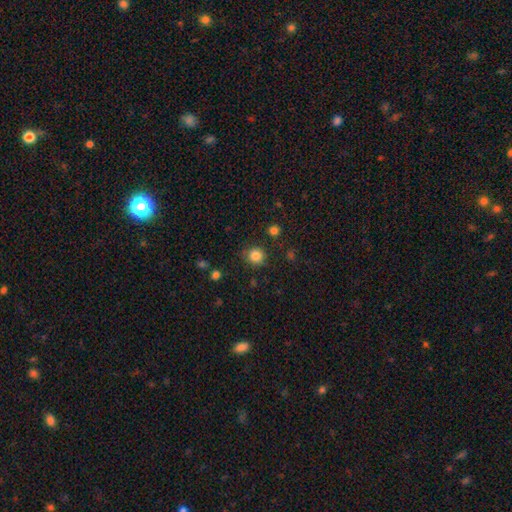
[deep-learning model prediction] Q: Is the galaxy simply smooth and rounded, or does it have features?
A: smooth — 83%.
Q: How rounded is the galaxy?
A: round — 89%.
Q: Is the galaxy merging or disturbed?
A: none — 85%.